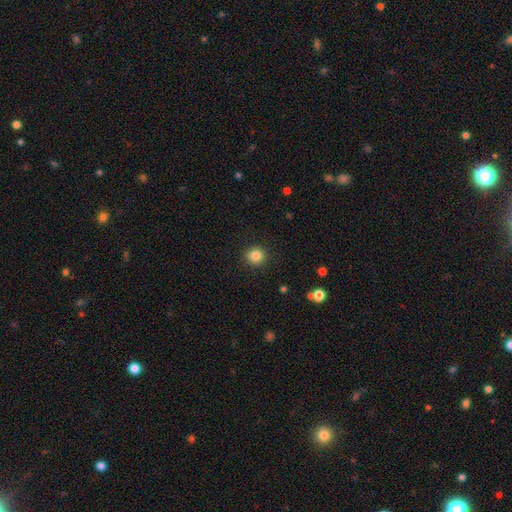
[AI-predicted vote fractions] smooth 84%, star or artifact 11%, featured or disk 5%. Down the decision tree: how rounded — round (91%); merging — none (92%).